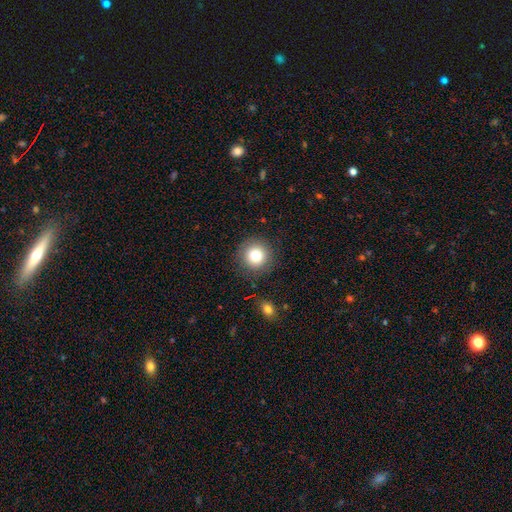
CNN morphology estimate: type=smooth (80%); roundness=round (94%); merging=none (86%).